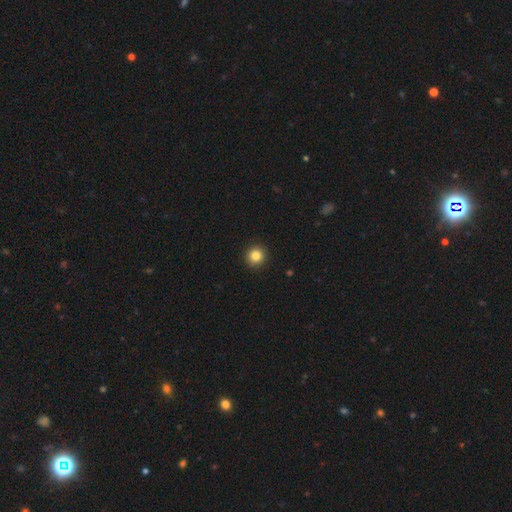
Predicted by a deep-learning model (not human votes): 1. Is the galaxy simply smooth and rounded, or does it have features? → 85% smooth, 11% star or artifact, 4% featured or disk.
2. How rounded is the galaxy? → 94% round, 6% in between, 1% cigar-shaped.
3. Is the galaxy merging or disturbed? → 92% none, 5% minor disturbance, 2% major disturbance, 1% merger.